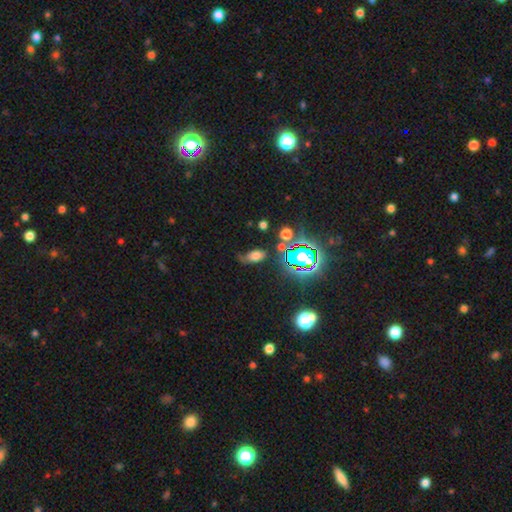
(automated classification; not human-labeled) smooth 61%, star or artifact 24%, featured or disk 15%. Down the decision tree: how rounded — in between (87%); merging — none (53%).